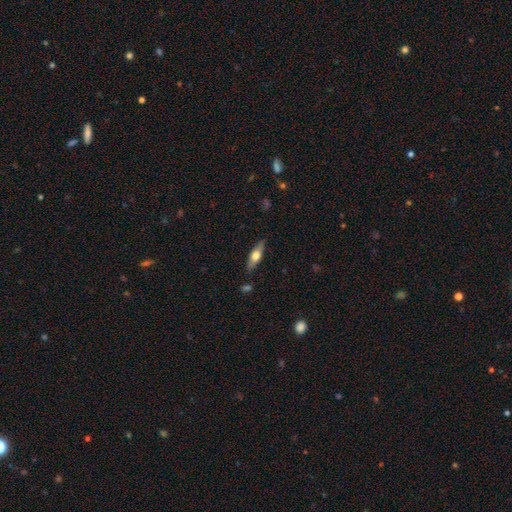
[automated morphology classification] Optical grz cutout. It shows a smooth galaxy with no disk features (51%) that is cigar-shaped (50%). Merging: none (83%).